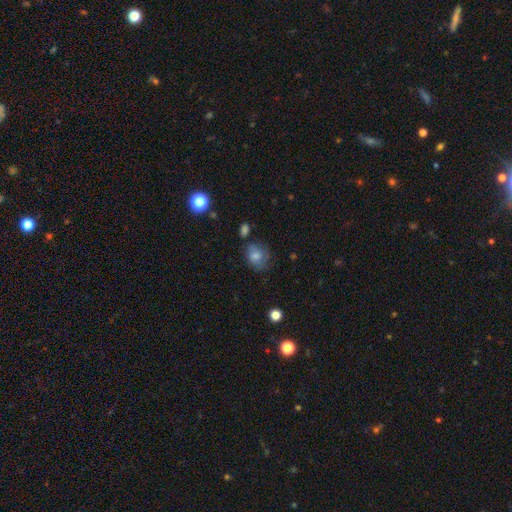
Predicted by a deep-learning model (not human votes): Overall: smooth (70%). How rounded: round (54%; in between 45%). Merging: none (56%; minor disturbance 27%).